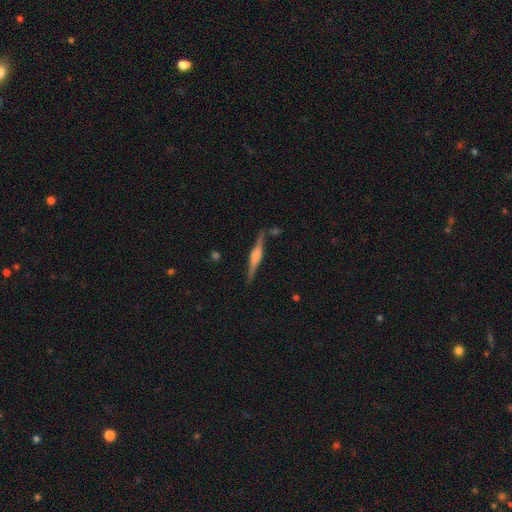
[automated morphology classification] Overall: featured or disk (75%). Edge-on disk: yes (98%). Edge-on bulge: rounded (63%; boxy 31%). Merging: none (84%).